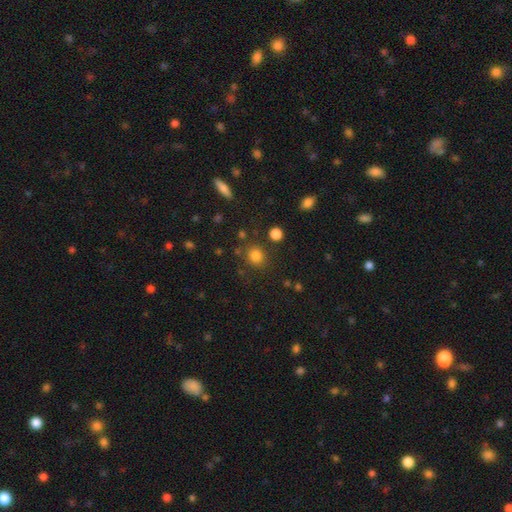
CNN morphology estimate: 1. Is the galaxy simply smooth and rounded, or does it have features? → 80% smooth, 14% star or artifact, 5% featured or disk.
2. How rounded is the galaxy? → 81% round, 18% in between, 1% cigar-shaped.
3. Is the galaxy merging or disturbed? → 80% none, 10% minor disturbance, 5% merger, 4% major disturbance.